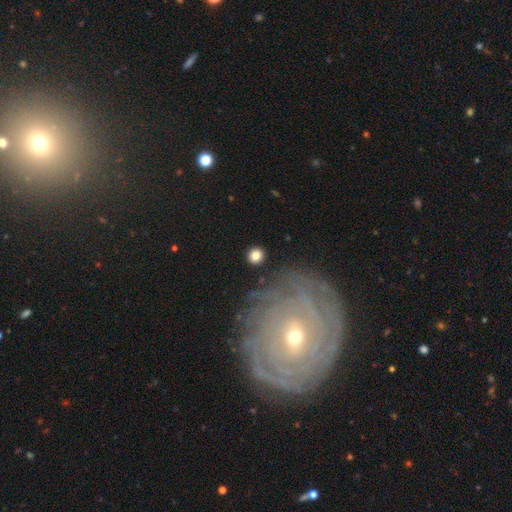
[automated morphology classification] smooth 82%, star or artifact 10%, featured or disk 8%. Down the decision tree: how rounded — round (91%); merging — none (89%).